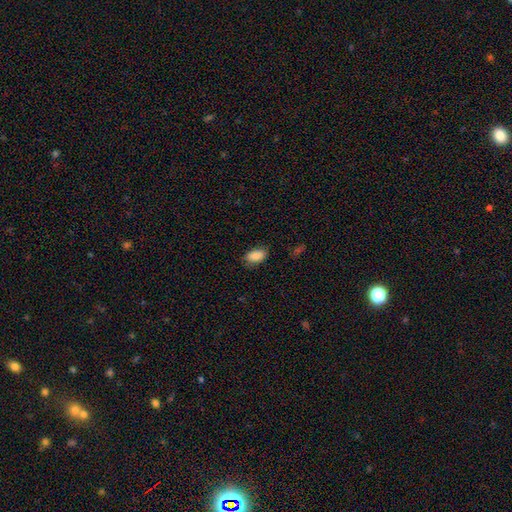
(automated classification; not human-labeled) Smooth or featured? Predicted: smooth (p=0.88). How rounded? Predicted: in between (p=0.93). Merging? Predicted: none (p=0.78).